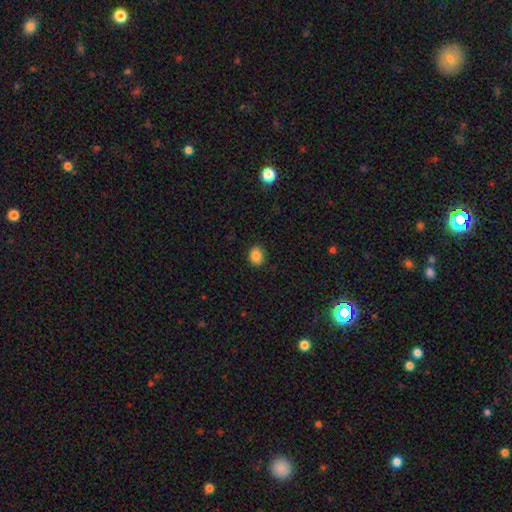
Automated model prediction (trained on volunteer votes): smooth-or-featured: smooth: 86% | star or artifact: 9% | featured or disk: 5%
  how-rounded: in between: 55% | round: 44% | cigar-shaped: 1%
  merging: none: 88% | minor disturbance: 8% | major disturbance: 2% | merger: 1%